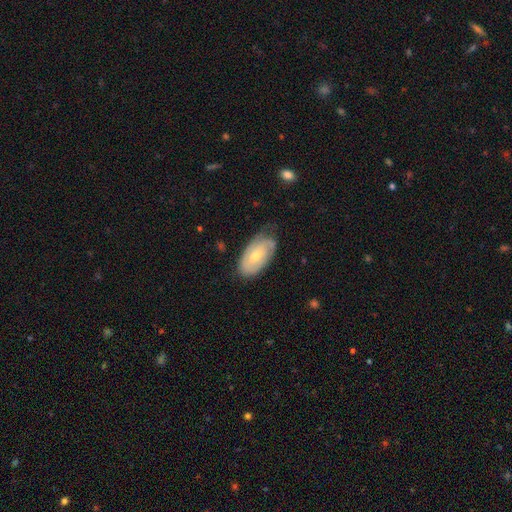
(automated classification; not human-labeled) smooth-or-featured: smooth: 49% | featured or disk: 46% | star or artifact: 6%
  merging: none: 61% | minor disturbance: 31% | major disturbance: 8% | merger: 1%